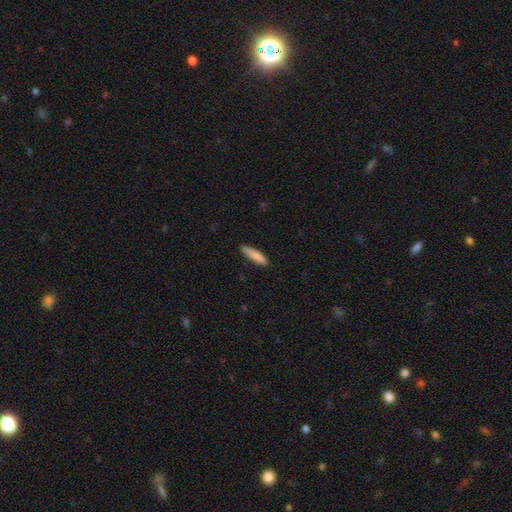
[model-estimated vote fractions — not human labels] Smooth or featured?
  - smooth: 86% *
  - featured or disk: 9%
  - star or artifact: 6%
How rounded?
  - cigar-shaped: 83% *
  - in between: 16%
  - round: 1%
Merging?
  - none: 86% *
  - minor disturbance: 11%
  - major disturbance: 2%
  - merger: 1%